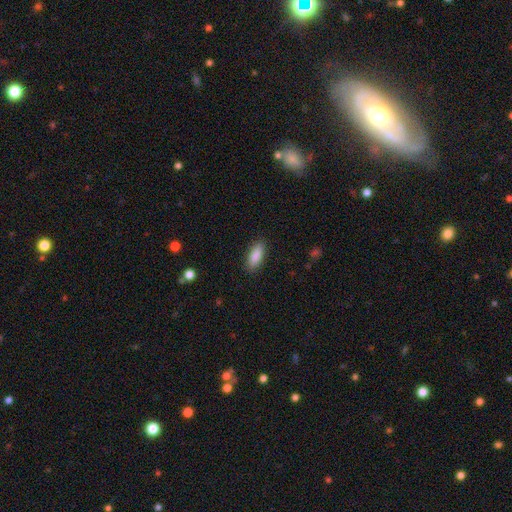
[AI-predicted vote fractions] Smooth or featured? smooth (88%)
How rounded? in between (74%)
Merging? none (89%)